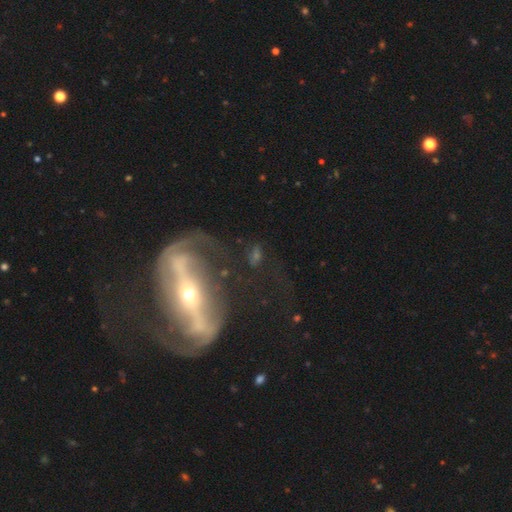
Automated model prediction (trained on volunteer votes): A featured or disk galaxy (79%) with a strong bar (63%), 2 (82%) medium (40%) spiral arms (76%) and a small central bulge (63%).

Vote fractions:
- Smooth or featured? featured or disk: 79% / smooth: 12% / star or artifact: 9%
- Edge-on disk? no: 86% / yes: 14%
- Bar? strong: 63% / no: 20% / weak: 17%
- Spiral arms? yes: 76% / no: 24%
- Spiral winding? medium: 40% / loose: 35% / tight: 25%
- Spiral arm count? 2: 82% / can't tell: 8% / 1: 4% / 3: 3% / 4: 2% / more than 4: 2%
- Bulge size? small: 63% / moderate: 30% / large: 3% / dominant: 2% / none: 2%
- Merging? none: 60% / major disturbance: 17% / minor disturbance: 16% / merger: 7%